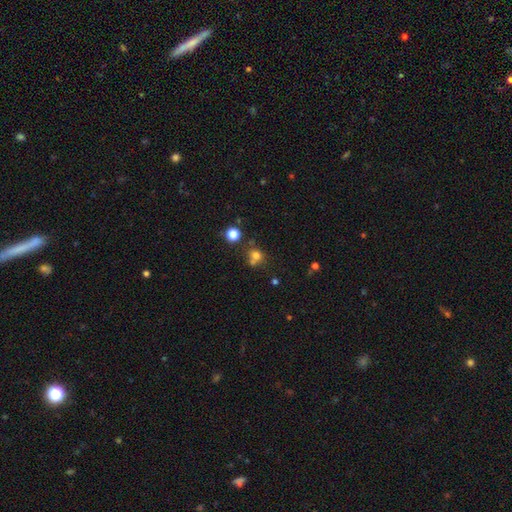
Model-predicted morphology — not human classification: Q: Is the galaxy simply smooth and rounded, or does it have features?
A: smooth — 72%.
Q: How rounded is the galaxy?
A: round — 81%.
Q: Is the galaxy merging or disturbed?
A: none — 52%.